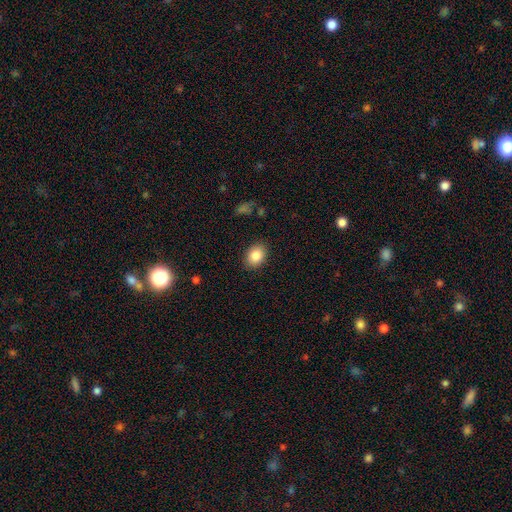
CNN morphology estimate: smooth_or_featured: smooth (p=0.85) [alt: star or artifact p=0.08]
how_rounded: in between (p=0.68) [alt: round p=0.31]
merging: none (p=0.88) [alt: minor disturbance p=0.09]